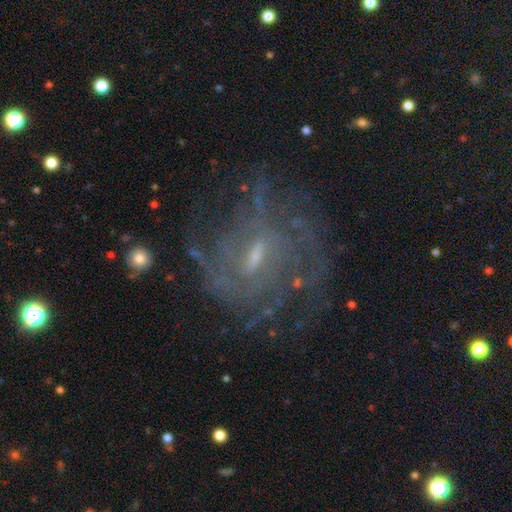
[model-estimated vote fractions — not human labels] Morphology: type=featured or disk (84%); edge-on=no (96%); bar=weak (59%); spiral arms=yes (89%); winding=tight (53%); arm count=can't tell (46%); bulge=small (56%); merging=none (66%).